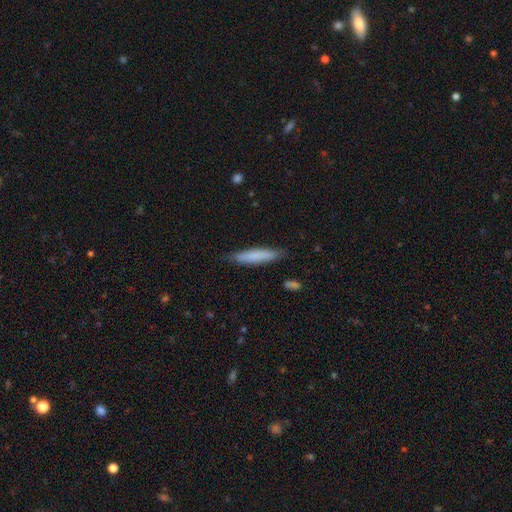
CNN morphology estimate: smooth-or-featured: smooth: 77% | featured or disk: 17% | star or artifact: 6%
  how-rounded: cigar-shaped: 88% | in between: 11% | round: 1%
  merging: none: 84% | minor disturbance: 12% | major disturbance: 2% | merger: 1%